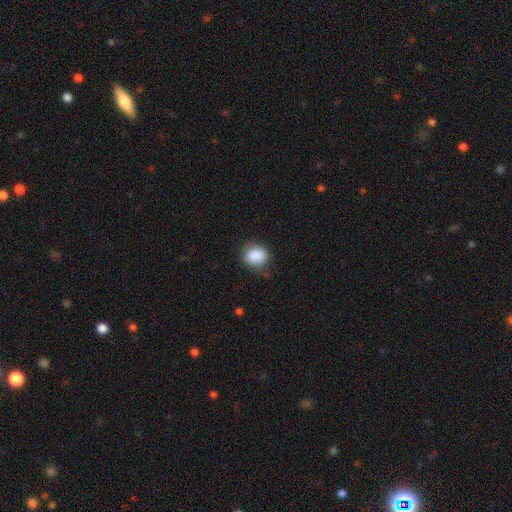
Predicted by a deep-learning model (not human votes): Smooth or featured?
  - smooth: 88% *
  - star or artifact: 8%
  - featured or disk: 4%
How rounded?
  - round: 72% *
  - in between: 27%
  - cigar-shaped: 1%
Merging?
  - none: 81% *
  - minor disturbance: 14%
  - major disturbance: 4%
  - merger: 1%